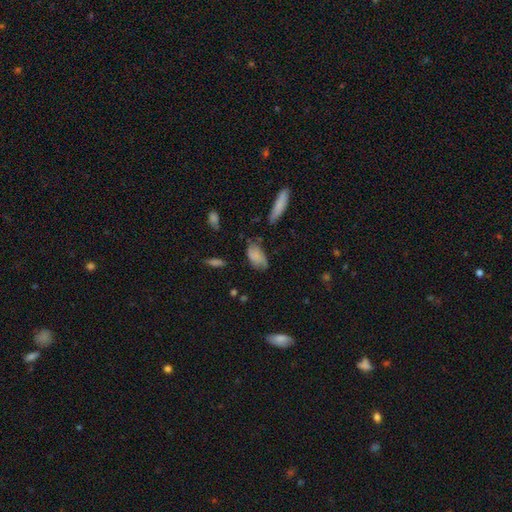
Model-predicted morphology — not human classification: A smooth galaxy with no disk features (68%) that is in between round and cigar-shaped (90%).

Vote fractions:
- Smooth or featured? smooth: 68% / featured or disk: 24% / star or artifact: 9%
- How rounded? in between: 90% / round: 6% / cigar-shaped: 5%
- Merging? none: 56% / minor disturbance: 30% / major disturbance: 10% / merger: 4%